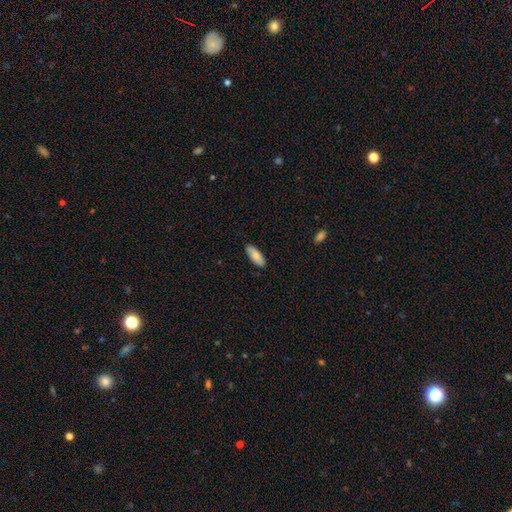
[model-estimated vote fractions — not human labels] A smooth galaxy with no disk features (81%) that is in between round and cigar-shaped (77%).

Vote fractions:
- Smooth or featured? smooth: 81% / featured or disk: 13% / star or artifact: 6%
- How rounded? in between: 77% / cigar-shaped: 21% / round: 2%
- Merging? none: 87% / minor disturbance: 10% / major disturbance: 2% / merger: 1%